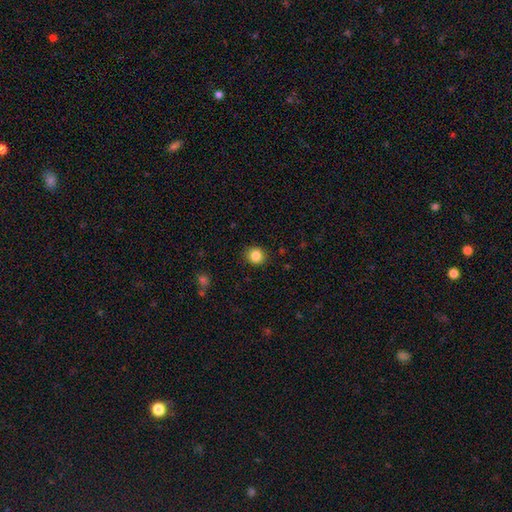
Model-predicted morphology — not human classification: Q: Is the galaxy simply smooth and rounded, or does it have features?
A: smooth — 86%.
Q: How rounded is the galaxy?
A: round — 87%.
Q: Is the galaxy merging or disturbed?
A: none — 89%.